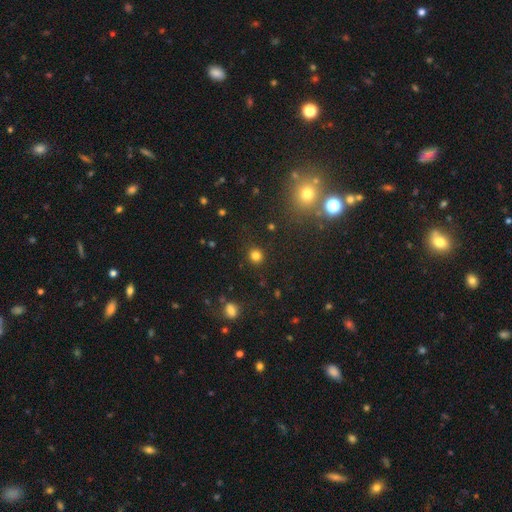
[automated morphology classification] Smooth or featured?
  - smooth: 80% *
  - star or artifact: 15%
  - featured or disk: 5%
How rounded?
  - round: 89% *
  - in between: 10%
  - cigar-shaped: 1%
Merging?
  - none: 89% *
  - minor disturbance: 7%
  - major disturbance: 3%
  - merger: 2%